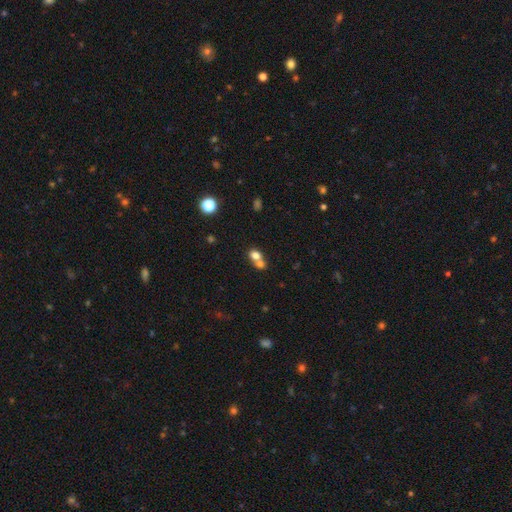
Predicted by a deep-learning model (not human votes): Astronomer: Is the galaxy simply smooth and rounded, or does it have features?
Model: smooth — 74%.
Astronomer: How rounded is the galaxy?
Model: round — 56% (runner-up: in between, 42%).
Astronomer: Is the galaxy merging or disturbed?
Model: merger — 63%.